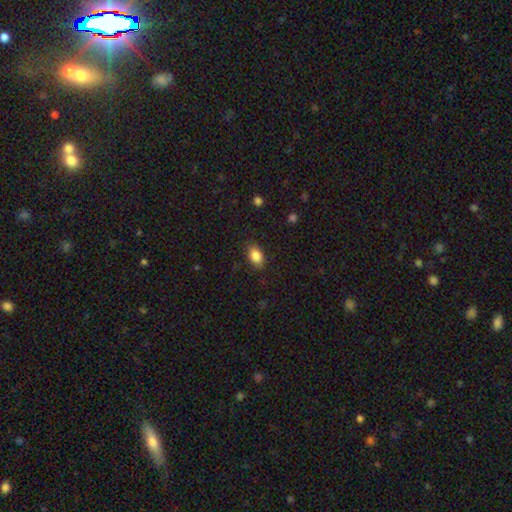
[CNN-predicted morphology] smooth-or-featured: smooth: 86% | star or artifact: 8% | featured or disk: 5%
  how-rounded: in between: 86% | round: 13% | cigar-shaped: 2%
  merging: none: 85% | minor disturbance: 11% | major disturbance: 3% | merger: 1%